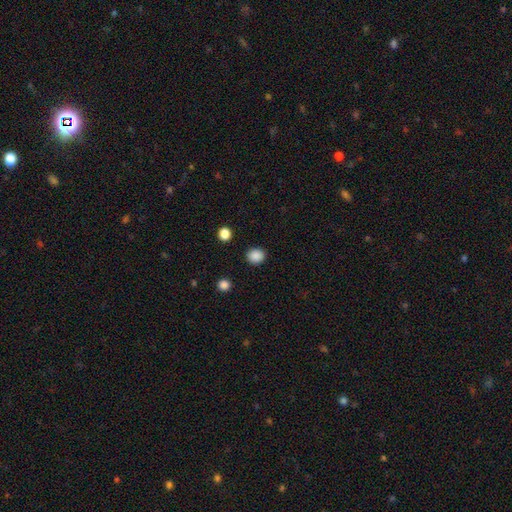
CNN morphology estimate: Overall: smooth (87%). How rounded: round (78%). Merging: none (90%).